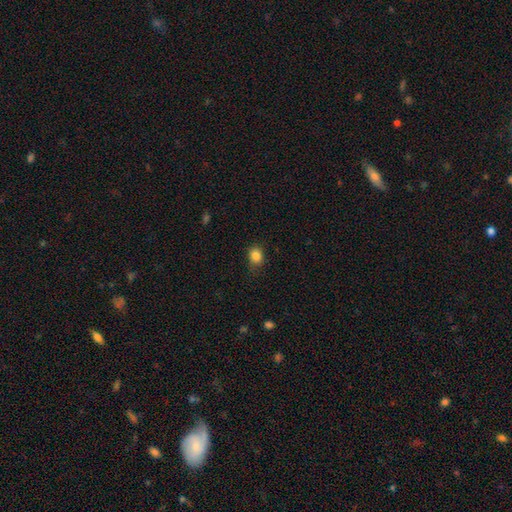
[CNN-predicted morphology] The model was most divided on "how rounded": round: 60%, in between: 40%, cigar-shaped: 1%. More confident: smooth or featured — smooth (84%); merging — none (75%).